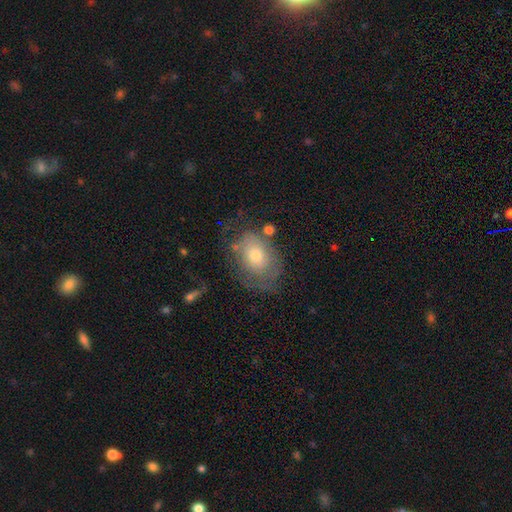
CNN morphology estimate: Smooth or featured: smooth — 55% (featured or disk — 36%)
How rounded: in between — 75% (round — 24%)
Merging: none — 50% (minor disturbance — 26%)